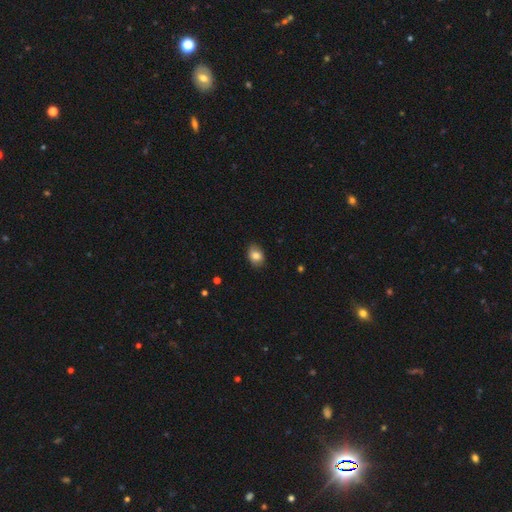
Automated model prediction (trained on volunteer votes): smooth-or-featured: smooth: 81% | featured or disk: 10% | star or artifact: 8%
  how-rounded: in between: 72% | round: 27% | cigar-shaped: 1%
  merging: none: 84% | minor disturbance: 13% | major disturbance: 2% | merger: 1%